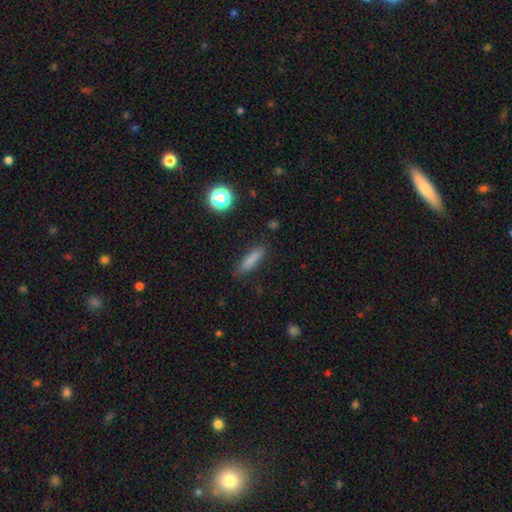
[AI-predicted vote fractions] Smooth or featured?
  - smooth: 79% *
  - star or artifact: 11%
  - featured or disk: 10%
How rounded?
  - cigar-shaped: 71% *
  - in between: 25%
  - round: 3%
Merging?
  - none: 85% *
  - minor disturbance: 11%
  - major disturbance: 3%
  - merger: 2%